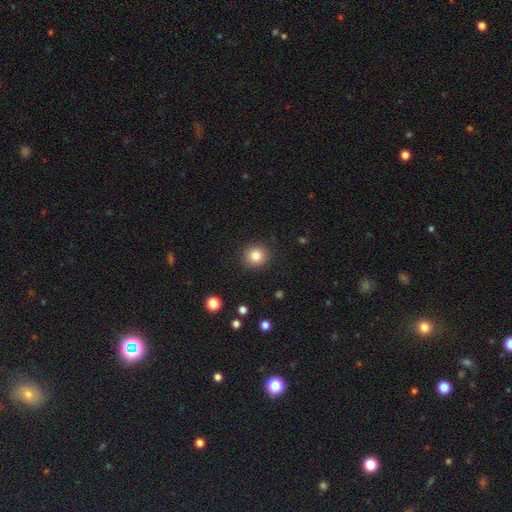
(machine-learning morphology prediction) This is clearly a smooth galaxy (83%). How rounded: clearly round (92%). Merging: clearly none (91%).